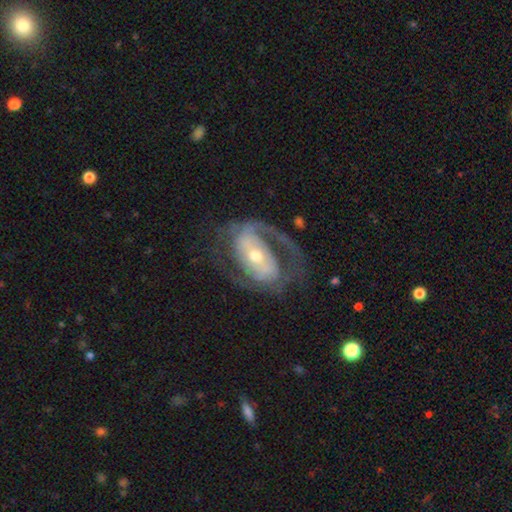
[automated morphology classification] A featured or disk galaxy (84%) with a strong bar (34%), 2 (71%) medium (47%) spiral arms (88%) and a moderate central bulge (61%). Merging: none (56%).